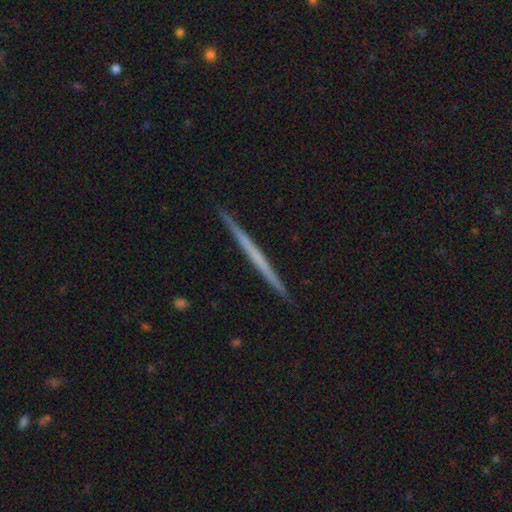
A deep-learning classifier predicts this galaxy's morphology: This appears to be a featured or disk galaxy (59%) viewed edge-on (98%) with no central bulge (91%). Merging: none (93%).